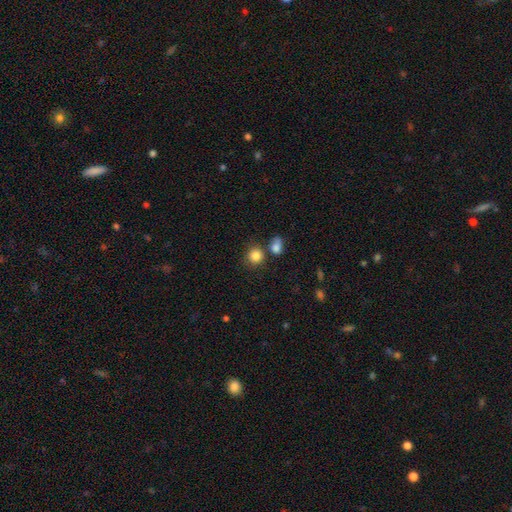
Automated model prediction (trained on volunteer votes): The model was most divided on "merging": none: 70%, merger: 16%, minor disturbance: 10%, major disturbance: 4%. More confident: how rounded — round (86%); smooth or featured — smooth (84%).